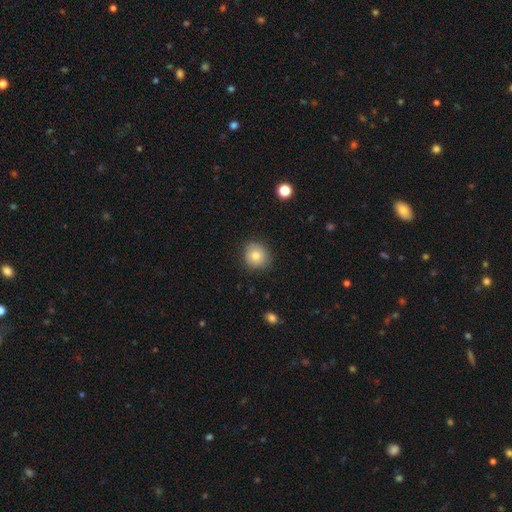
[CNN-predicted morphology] A smooth galaxy with no disk features (80%) that is round (88%).

Vote fractions:
- Smooth or featured? smooth: 80% / featured or disk: 10% / star or artifact: 9%
- How rounded? round: 88% / in between: 11% / cigar-shaped: 1%
- Merging? none: 84% / minor disturbance: 12% / major disturbance: 3% / merger: 1%